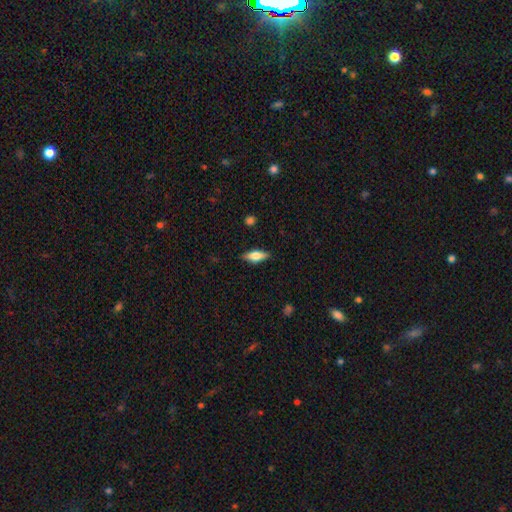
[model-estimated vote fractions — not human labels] Smooth or featured? Predicted: smooth (p=0.57). How rounded? Predicted: in between (p=0.62). Merging? Predicted: none (p=0.87).